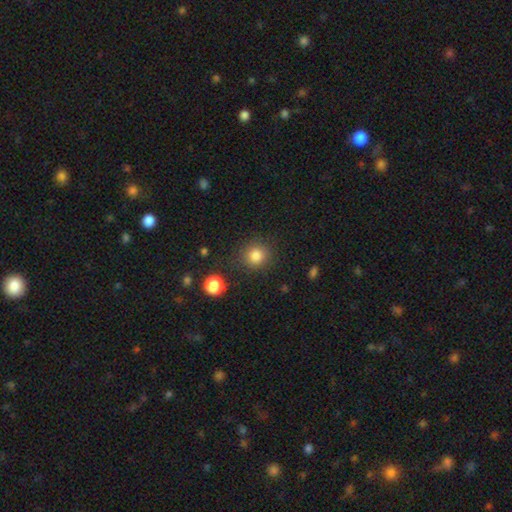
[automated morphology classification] type=smooth (83%); roundness=round (89%); merging=none (85%).